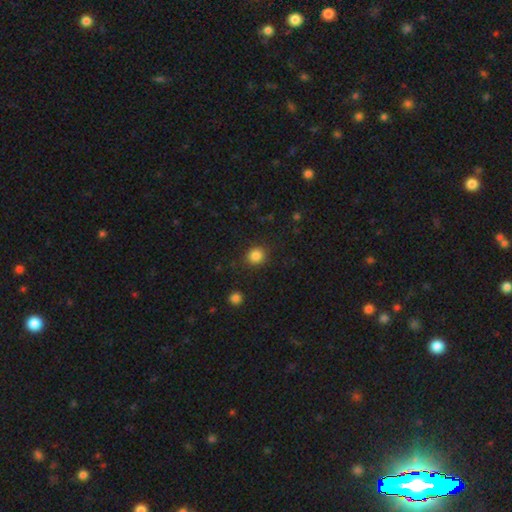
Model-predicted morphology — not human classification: This appears to be a smooth galaxy with no disk features (85%) that is round (85%). Merging: none (89%).